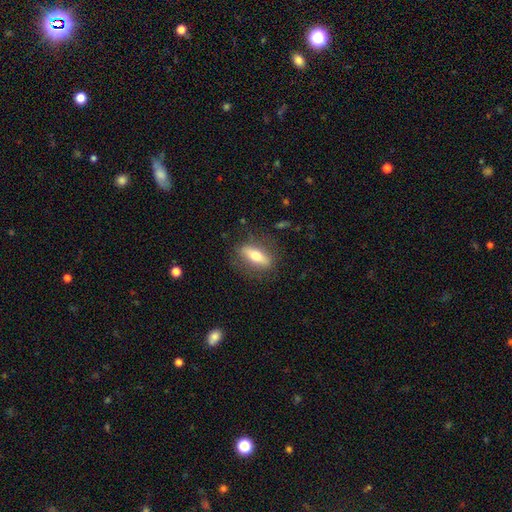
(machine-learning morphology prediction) Q: Smooth or featured?
A: smooth (62%); runner-up: featured or disk (31%)
Q: How rounded?
A: in between (62%); runner-up: cigar-shaped (34%)
Q: Merging?
A: none (80%); runner-up: minor disturbance (14%)